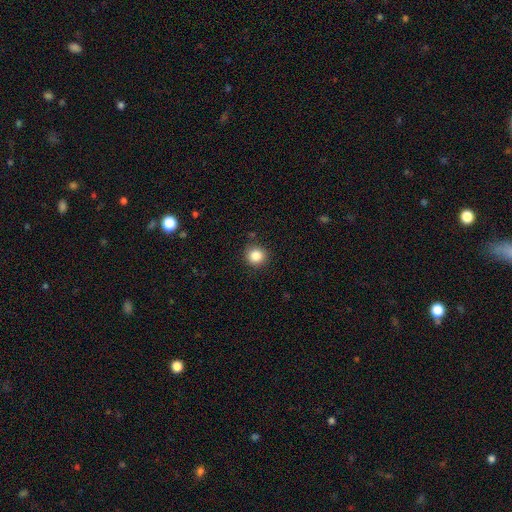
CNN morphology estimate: A smooth galaxy with no disk features (86%) that is round (92%). Merging: none (87%).